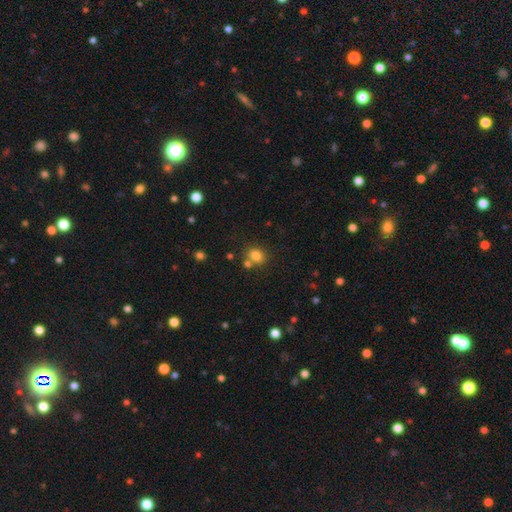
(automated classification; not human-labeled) This appears to be a smooth galaxy with no disk features (81%) that is round (60%). Merging: none (65%).